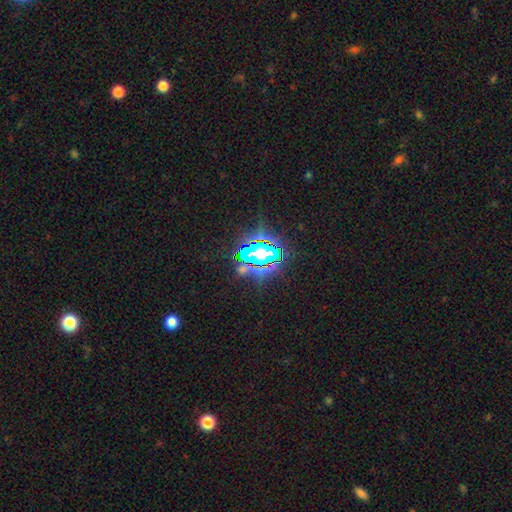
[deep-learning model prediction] Smooth or featured? star or artifact (73%)